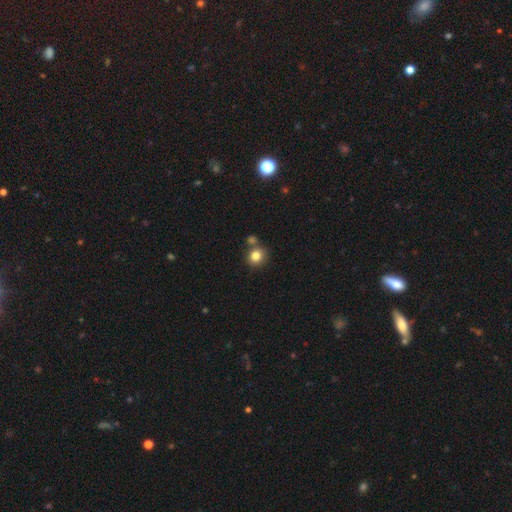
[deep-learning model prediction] The model was most divided on "how rounded": round: 74%, in between: 25%, cigar-shaped: 1%. More confident: smooth or featured — smooth (83%); merging — none (68%).